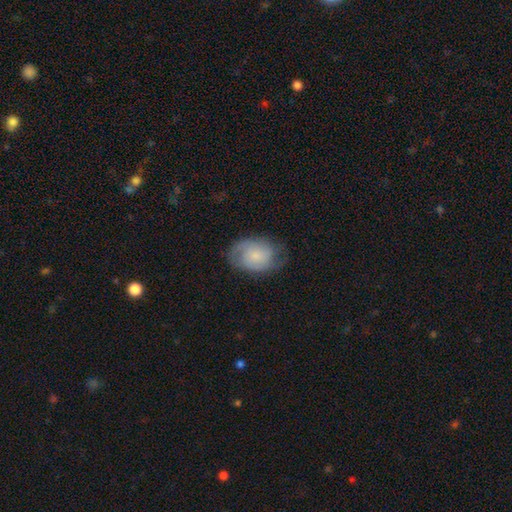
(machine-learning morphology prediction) type=featured or disk (46%, tied with smooth); merging=none (65%).